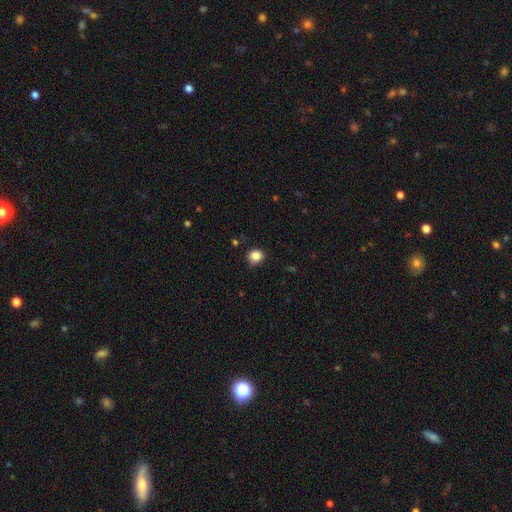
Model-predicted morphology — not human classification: The model was most divided on "how rounded": round: 77%, in between: 22%, cigar-shaped: 1%. More confident: smooth or featured — smooth (85%); merging — none (81%).